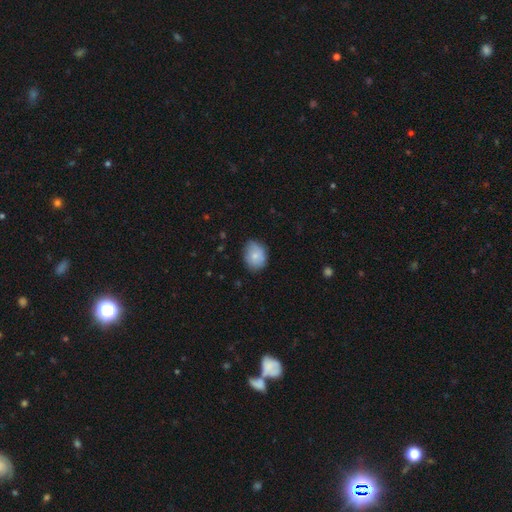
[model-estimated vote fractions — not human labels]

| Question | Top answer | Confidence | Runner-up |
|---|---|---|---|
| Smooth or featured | smooth | 74% | featured or disk (19%) |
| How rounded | in between | 52% | round (47%) |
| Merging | none | 69% | minor disturbance (25%) |